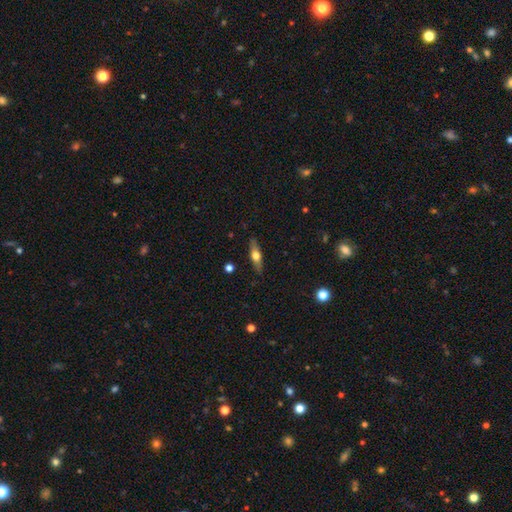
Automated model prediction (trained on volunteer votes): Q: Smooth or featured?
A: featured or disk (52%); runner-up: smooth (41%)
Q: Edge-on disk?
A: yes (92%); runner-up: no (8%)
Q: Merging?
A: none (87%); runner-up: minor disturbance (10%)